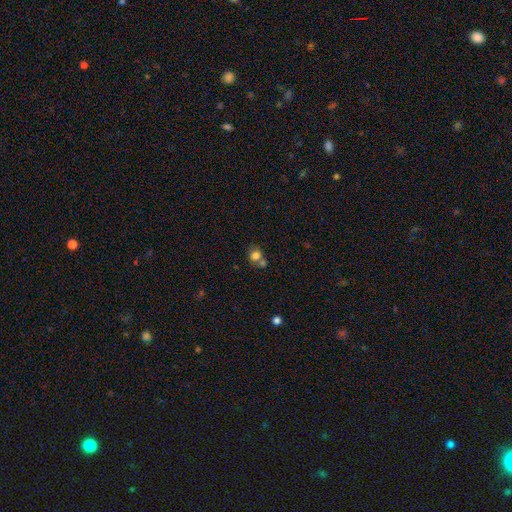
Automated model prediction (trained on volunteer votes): Smooth or featured: smooth — 78% (star or artifact — 12%)
How rounded: round — 70% (in between — 29%)
Merging: none — 51% (merger — 33%)